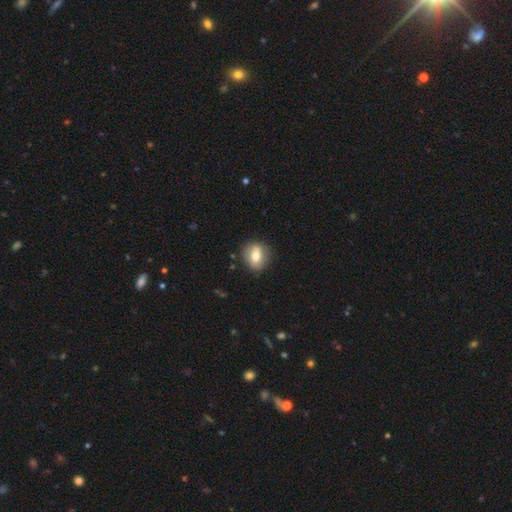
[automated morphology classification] smooth 65%, featured or disk 27%, star or artifact 8%. Down the decision tree: how rounded — round (62%); merging — none (86%).